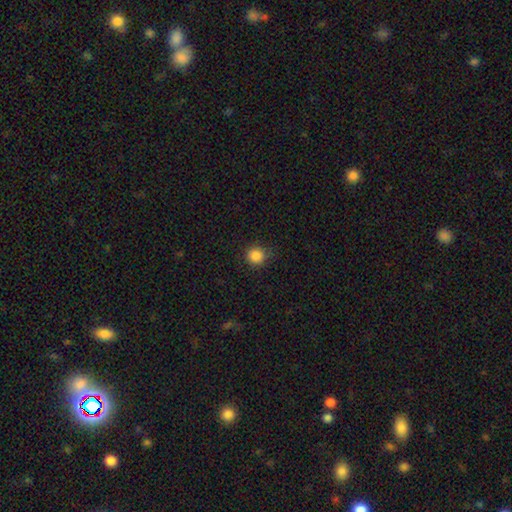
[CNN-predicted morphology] This is clearly a smooth galaxy (86%). How rounded: clearly round (92%). Merging: clearly none (85%).